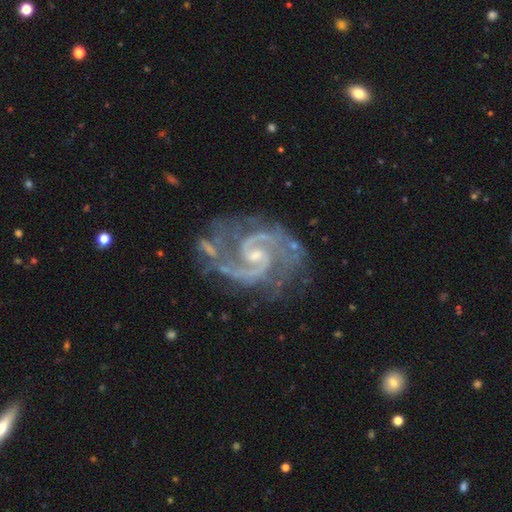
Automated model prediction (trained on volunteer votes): smooth_or_featured: featured or disk (p=0.93) [alt: star or artifact p=0.05]
disk_edge_on: no (p=0.98) [alt: yes p=0.02]
bar: weak (p=0.52) [alt: no p=0.33]
has_spiral_arms: yes (p=0.99) [alt: no p=0.01]
spiral_winding: medium (p=0.63) [alt: tight p=0.27]
spiral_arm_count: 2 (p=0.91) [alt: 3 p=0.03]
bulge_size: small (p=0.63) [alt: moderate p=0.28]
merging: none (p=0.63) [alt: minor disturbance p=0.20]